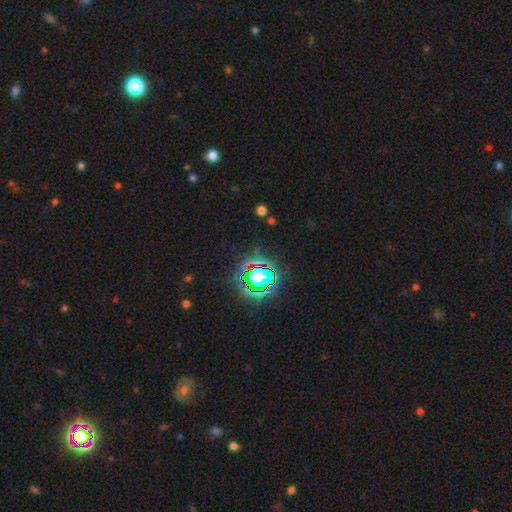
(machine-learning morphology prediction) smooth-or-featured: star or artifact: 81% | smooth: 12% | featured or disk: 7%